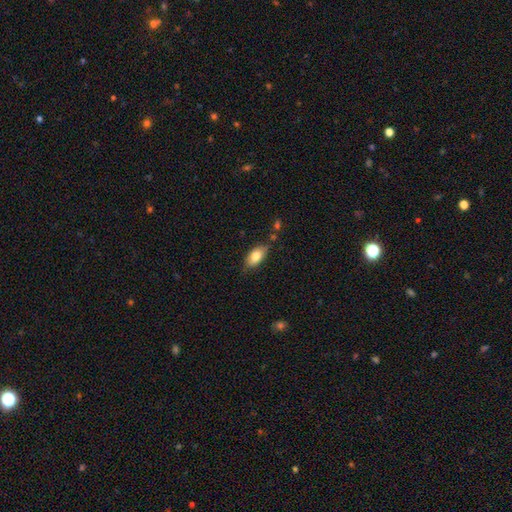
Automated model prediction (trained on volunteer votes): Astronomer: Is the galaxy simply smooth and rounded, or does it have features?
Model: smooth — 80%.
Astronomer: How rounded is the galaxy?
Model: in between — 89%.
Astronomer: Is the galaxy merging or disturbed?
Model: none — 76%.